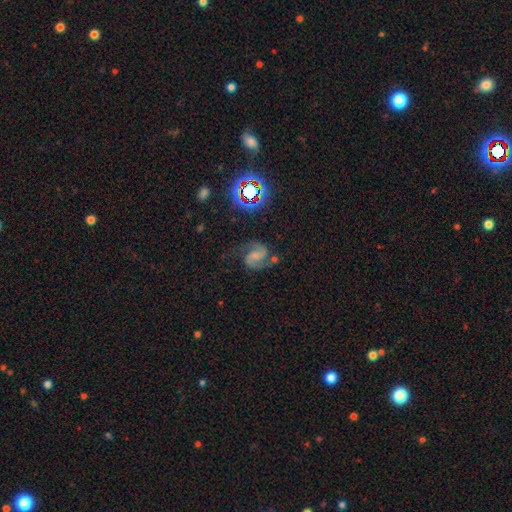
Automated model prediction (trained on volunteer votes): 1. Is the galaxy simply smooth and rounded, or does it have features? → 79% featured or disk, 11% star or artifact, 10% smooth.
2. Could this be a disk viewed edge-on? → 98% no, 2% yes.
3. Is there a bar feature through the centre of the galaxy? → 45% weak, 37% no, 17% strong.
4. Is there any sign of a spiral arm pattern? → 97% yes, 3% no.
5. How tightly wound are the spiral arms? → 58% medium, 27% loose, 15% tight.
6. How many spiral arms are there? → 92% 2, 3% can't tell, 2% 1, 1% 3, 1% 4, 1% more than 4.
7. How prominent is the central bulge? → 41% small, 29% moderate, 24% none, 4% large, 1% dominant.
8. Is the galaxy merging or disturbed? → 66% none, 18% minor disturbance, 10% major disturbance, 5% merger.